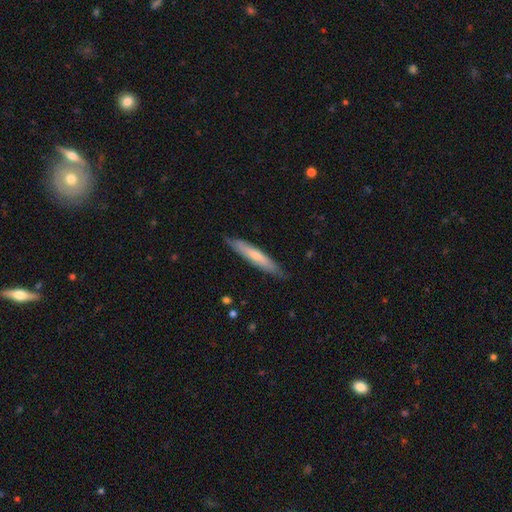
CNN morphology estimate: This appears to be a smooth galaxy with no disk features (56%) that is cigar-shaped (89%). Merging: none (82%).